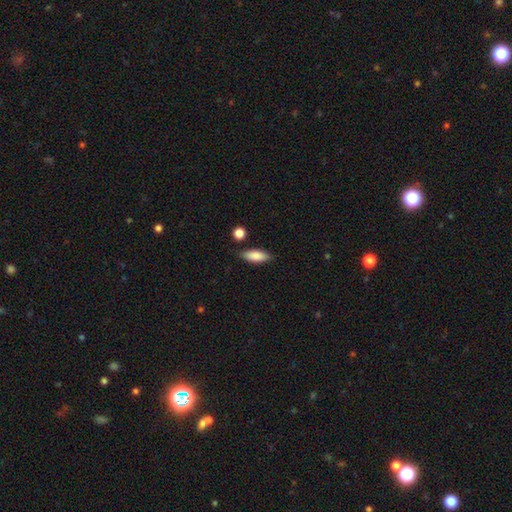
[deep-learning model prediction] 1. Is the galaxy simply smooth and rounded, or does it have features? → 82% smooth, 12% featured or disk, 7% star or artifact.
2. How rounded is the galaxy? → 73% in between, 24% cigar-shaped, 3% round.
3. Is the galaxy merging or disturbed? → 80% none, 13% minor disturbance, 4% merger, 3% major disturbance.